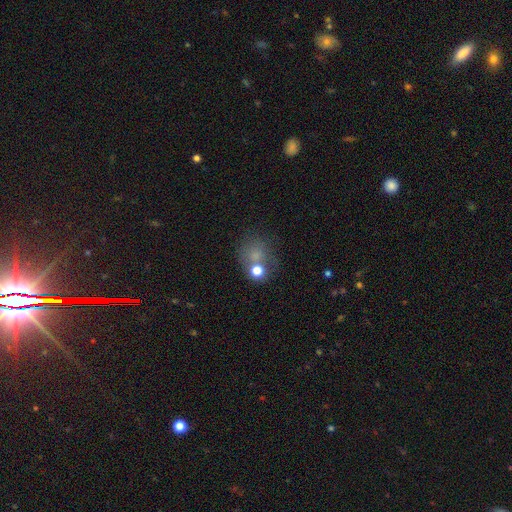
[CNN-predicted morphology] Smooth or featured? smooth (64%)
How rounded? round (73%)
Merging? none (54%)